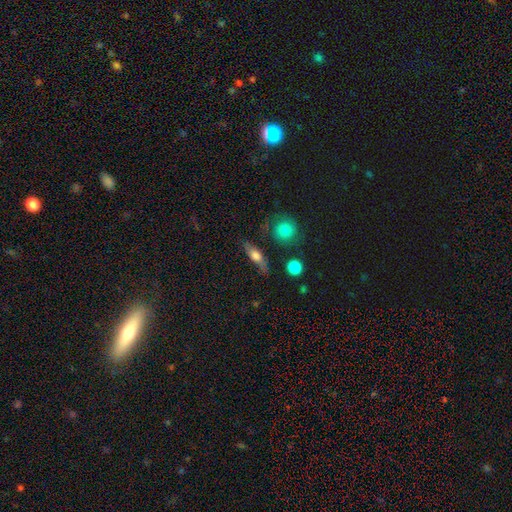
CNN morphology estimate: Smooth or featured?
  - smooth: 59% *
  - featured or disk: 34%
  - star or artifact: 8%
How rounded?
  - in between: 48% *
  - cigar-shaped: 44%
  - round: 8%
Merging?
  - none: 70% *
  - minor disturbance: 19%
  - major disturbance: 7%
  - merger: 4%